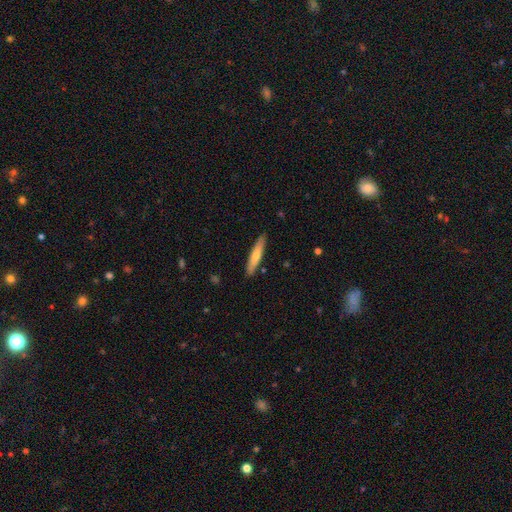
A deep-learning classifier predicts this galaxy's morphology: smooth 56%, featured or disk 38%, star or artifact 6%. Down the decision tree: how rounded — cigar-shaped (90%); merging — none (89%).